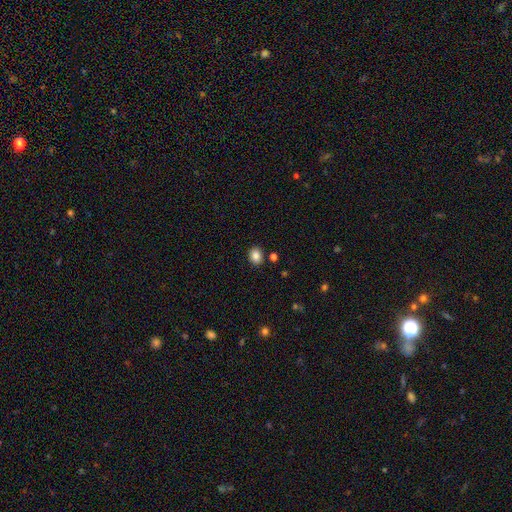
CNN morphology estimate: This appears to be a smooth galaxy with no disk features (86%) that is in between round and cigar-shaped (50%). Merging: none (86%).